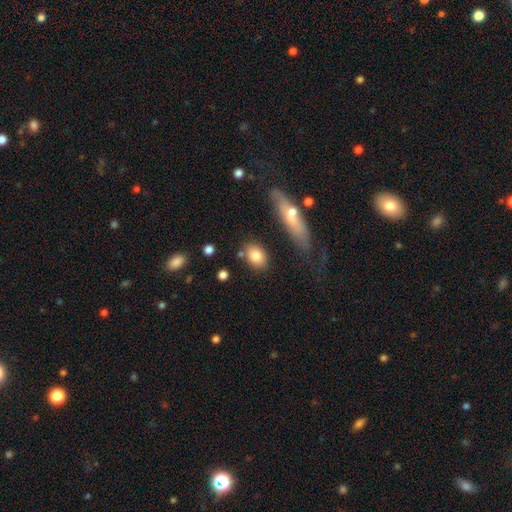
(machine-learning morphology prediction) This appears to be a smooth galaxy with no disk features (81%) that is in between round and cigar-shaped (68%). Merging: none (74%).